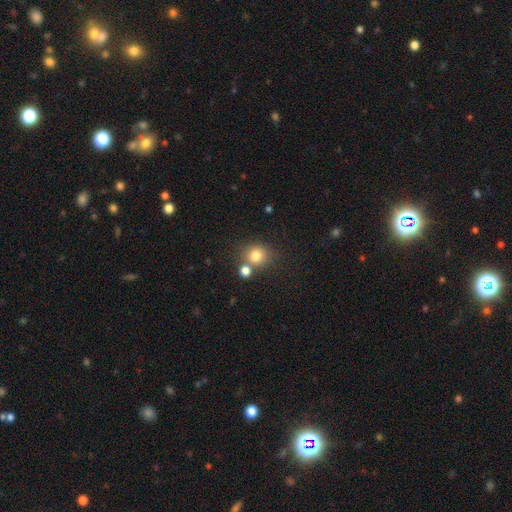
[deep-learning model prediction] This appears to be a smooth galaxy with no disk features (79%) that is round (82%). Merging: none (65%).